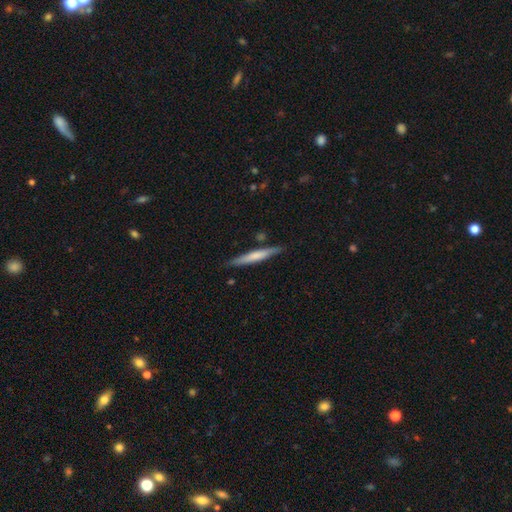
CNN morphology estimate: Smooth or featured? smooth (57%)
How rounded? cigar-shaped (95%)
Merging? none (85%)